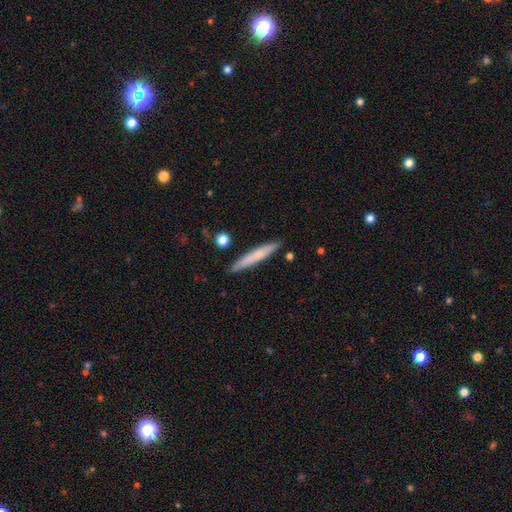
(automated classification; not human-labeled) Smooth or featured? Predicted: smooth (p=0.65). How rounded? Predicted: cigar-shaped (p=0.95). Merging? Predicted: none (p=0.88).